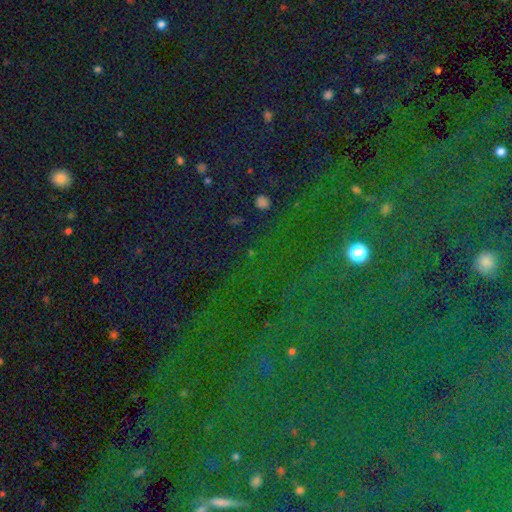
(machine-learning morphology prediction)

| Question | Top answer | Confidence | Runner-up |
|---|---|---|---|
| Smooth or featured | star or artifact | 85% | smooth (8%) |